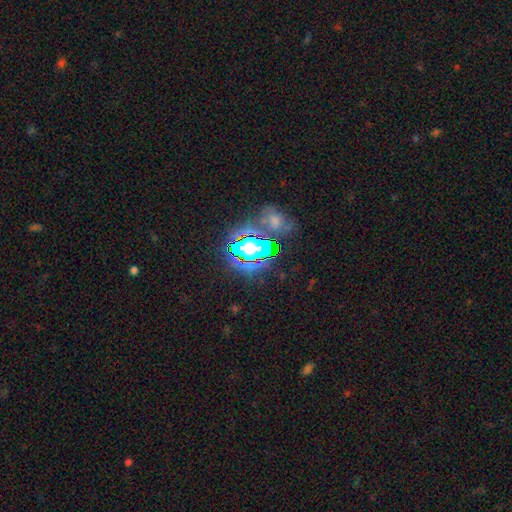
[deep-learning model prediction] The model was most divided on "smooth or featured": star or artifact: 66%, smooth: 19%, featured or disk: 15%.